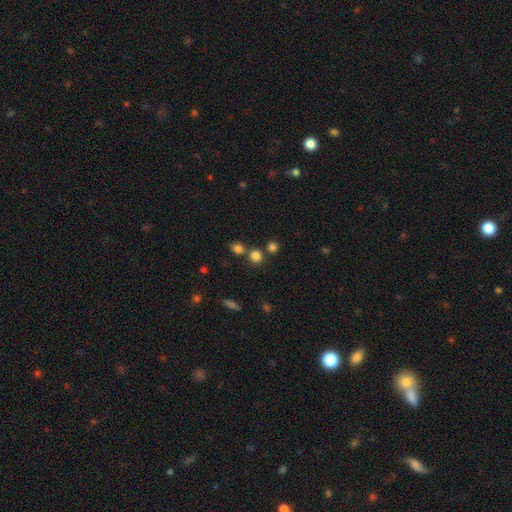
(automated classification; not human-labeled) Overall: smooth (79%). How rounded: round (88%). Merging: none (68%).